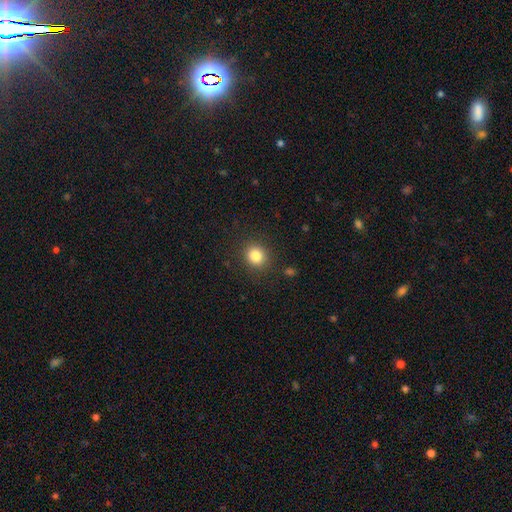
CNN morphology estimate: Smooth or featured? smooth (83%)
How rounded? round (79%)
Merging? none (88%)